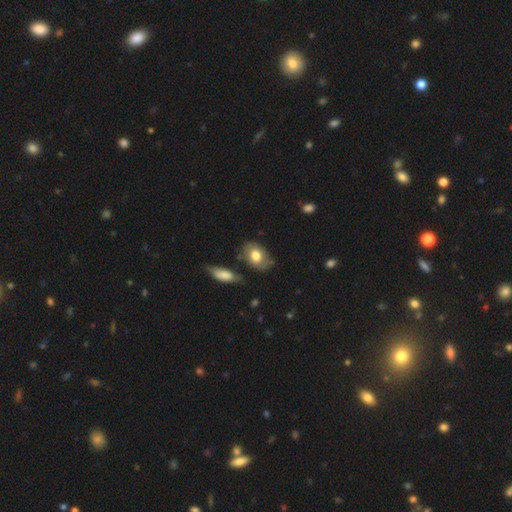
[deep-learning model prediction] Smooth or featured?
  - smooth: 70% *
  - featured or disk: 24%
  - star or artifact: 6%
How rounded?
  - in between: 83% *
  - round: 16%
  - cigar-shaped: 2%
Merging?
  - none: 65% *
  - minor disturbance: 21%
  - merger: 8%
  - major disturbance: 6%